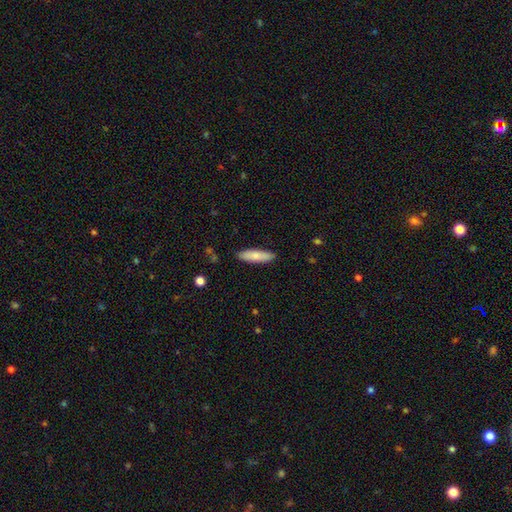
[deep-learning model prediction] Smooth or featured: smooth — 79% (featured or disk — 15%)
How rounded: cigar-shaped — 65% (in between — 33%)
Merging: none — 89% (minor disturbance — 8%)